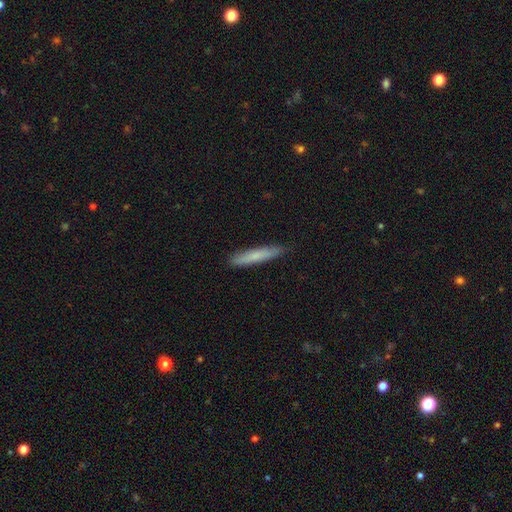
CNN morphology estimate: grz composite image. It shows a smooth galaxy with no disk features (73%) that is cigar-shaped (92%). Merging: none (87%).